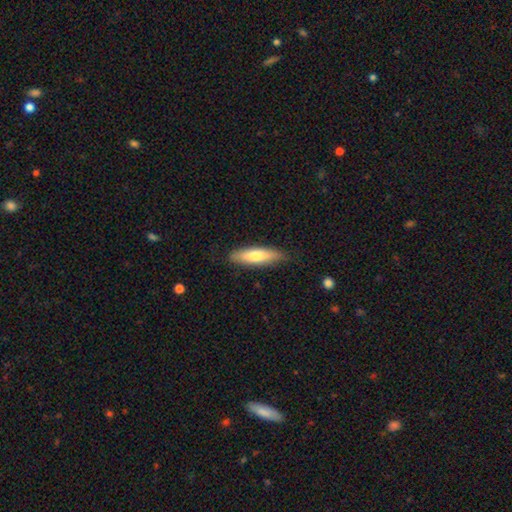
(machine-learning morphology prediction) smooth-or-featured: smooth: 69% | featured or disk: 25% | star or artifact: 6%
  how-rounded: cigar-shaped: 69% | in between: 29% | round: 2%
  merging: none: 85% | minor disturbance: 12% | major disturbance: 2% | merger: 1%